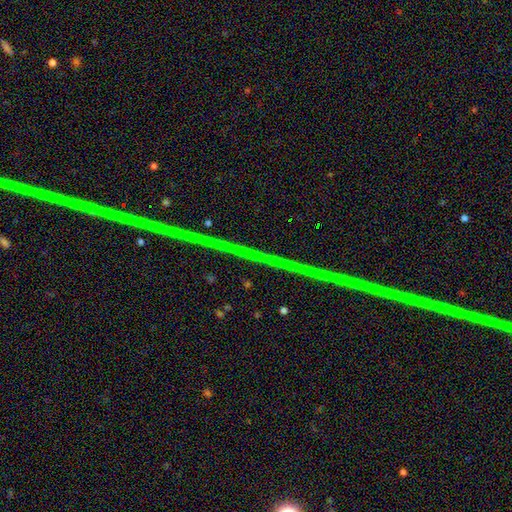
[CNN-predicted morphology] Smooth or featured?
  - star or artifact: 78% *
  - featured or disk: 15%
  - smooth: 8%